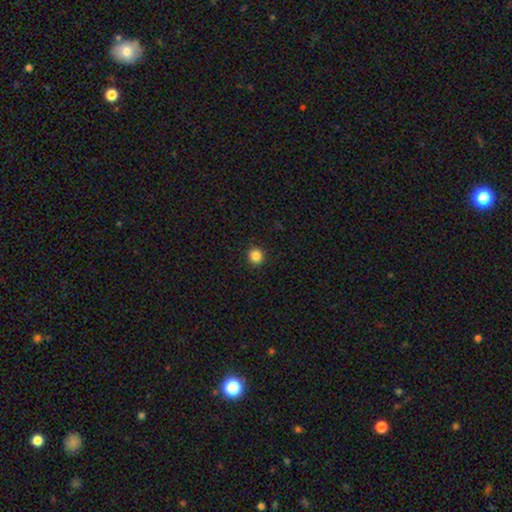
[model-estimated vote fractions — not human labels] A smooth galaxy with no disk features (86%) that is round (94%).

Vote fractions:
- Smooth or featured? smooth: 86% / star or artifact: 11% / featured or disk: 4%
- How rounded? round: 94% / in between: 5% / cigar-shaped: 1%
- Merging? none: 93% / minor disturbance: 5% / major disturbance: 2% / merger: 1%